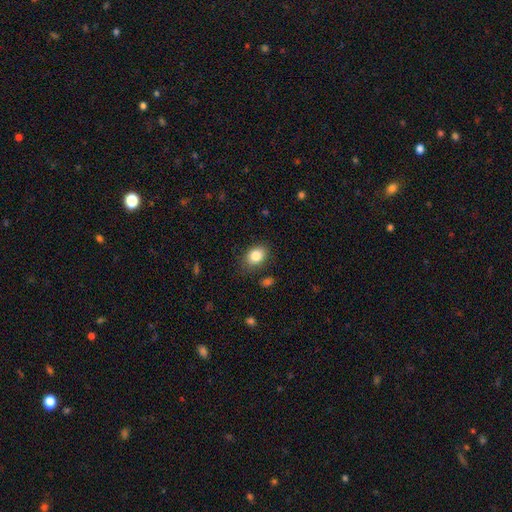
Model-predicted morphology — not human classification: Q: Smooth or featured?
A: smooth (84%); runner-up: star or artifact (9%)
Q: How rounded?
A: in between (71%); runner-up: round (28%)
Q: Merging?
A: none (78%); runner-up: minor disturbance (16%)